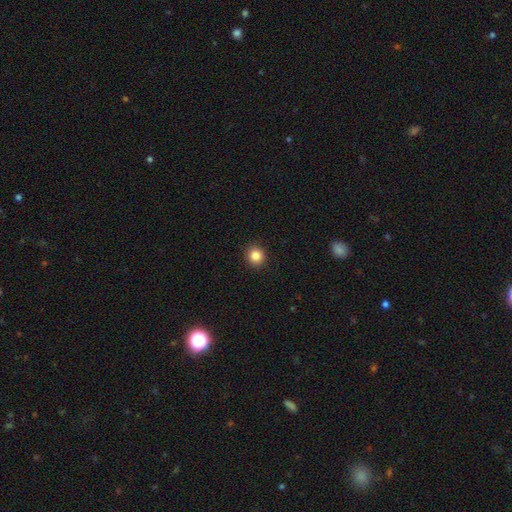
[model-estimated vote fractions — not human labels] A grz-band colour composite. It shows a smooth galaxy with no disk features (85%) that is round (90%). Merging: none (92%).